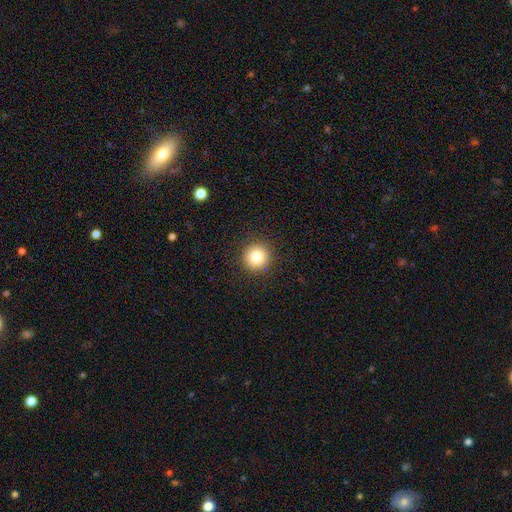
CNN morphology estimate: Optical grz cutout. It shows a smooth galaxy with no disk features (84%) that is round (95%). Merging: none (91%).